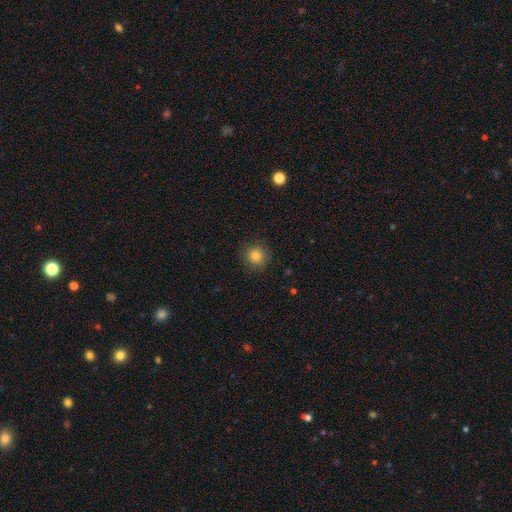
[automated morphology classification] This appears to be a smooth galaxy with no disk features (80%) that is round (93%). Merging: none (88%).